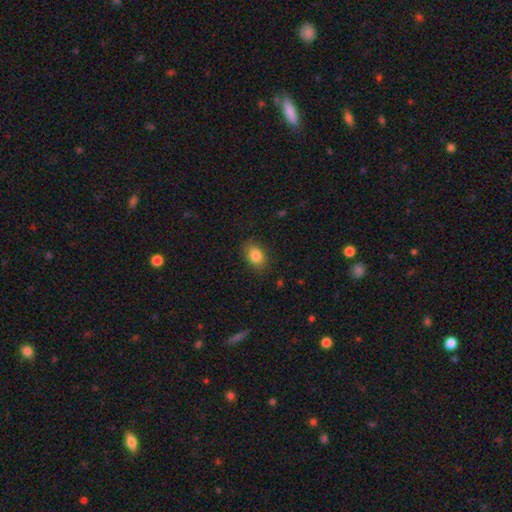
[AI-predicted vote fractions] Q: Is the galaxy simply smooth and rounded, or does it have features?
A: smooth — 84%.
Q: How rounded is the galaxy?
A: in between — 76%.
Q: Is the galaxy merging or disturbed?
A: none — 84%.